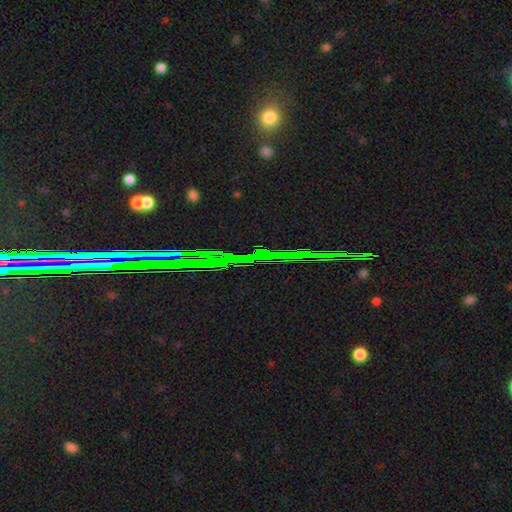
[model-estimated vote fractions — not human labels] Smooth or featured: star or artifact — 80% (featured or disk — 10%)